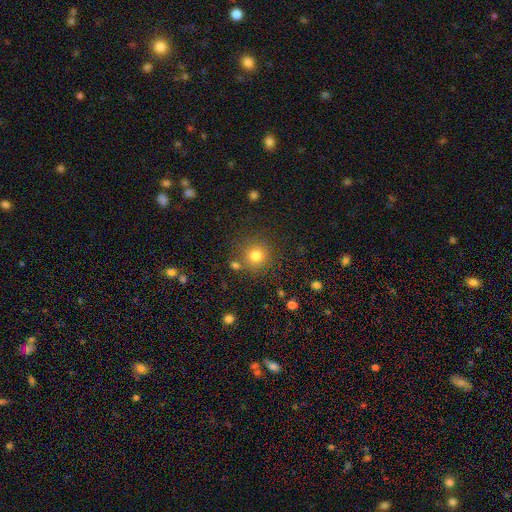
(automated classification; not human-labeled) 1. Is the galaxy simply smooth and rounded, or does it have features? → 81% smooth, 13% star or artifact, 7% featured or disk.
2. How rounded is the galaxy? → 92% round, 7% in between, 1% cigar-shaped.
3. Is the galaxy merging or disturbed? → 78% none, 10% minor disturbance, 8% merger, 4% major disturbance.